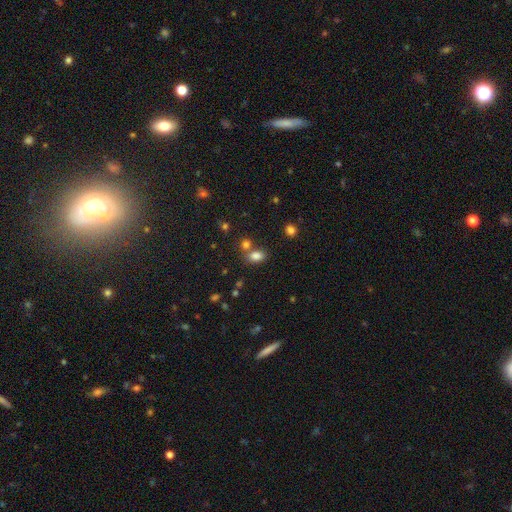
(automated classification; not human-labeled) smooth_or_featured: smooth (p=0.81) [alt: star or artifact p=0.13]
how_rounded: in between (p=0.82) [alt: round p=0.16]
merging: none (p=0.58) [alt: merger p=0.26]